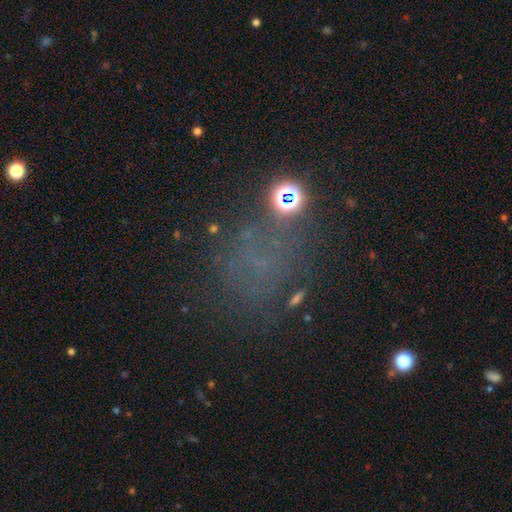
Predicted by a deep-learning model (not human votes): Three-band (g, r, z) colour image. It shows a star or artifact, not a galaxy (44%).